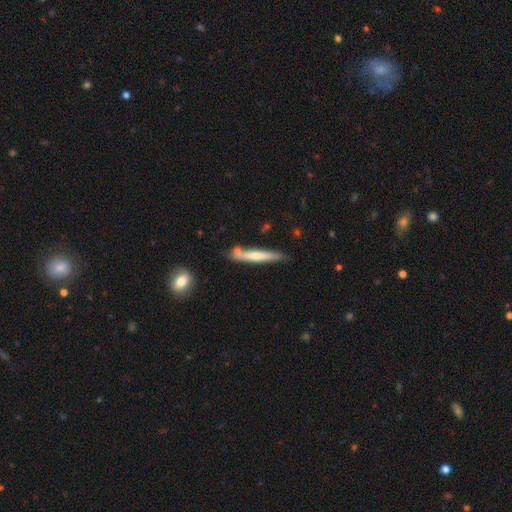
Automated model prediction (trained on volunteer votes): This appears to be a smooth galaxy with no disk features (59%) that is cigar-shaped (93%). Merging: none (68%).